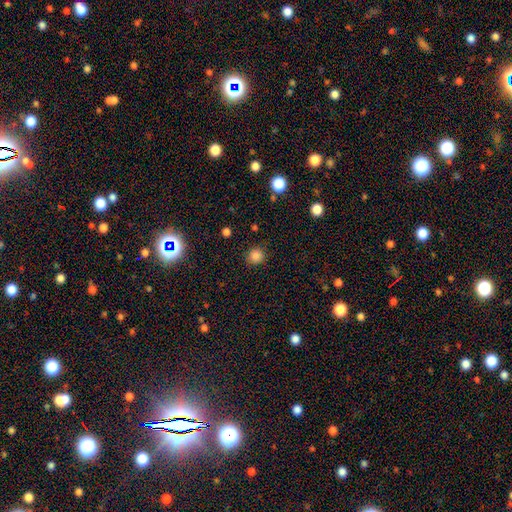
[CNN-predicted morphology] This appears to be a smooth galaxy with no disk features (83%) that is round (91%). Merging: none (89%).